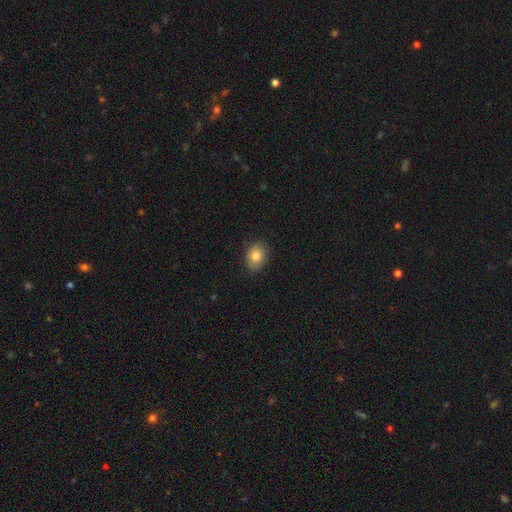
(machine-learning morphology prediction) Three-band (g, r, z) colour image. It shows a smooth galaxy with no disk features (81%) that is in between round and cigar-shaped (70%). Merging: none (85%).